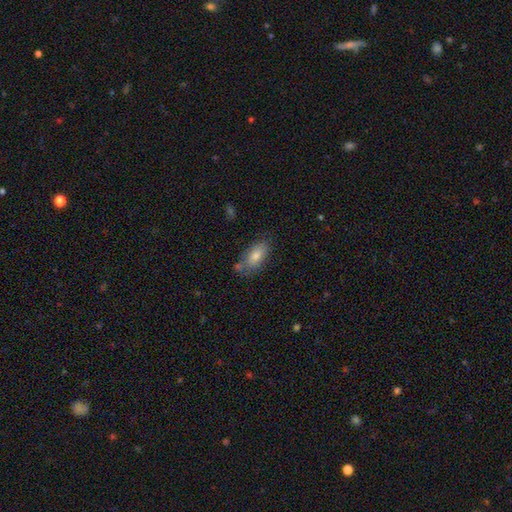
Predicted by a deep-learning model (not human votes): Smooth or featured: smooth — 73% (featured or disk — 19%)
How rounded: in between — 87% (cigar-shaped — 9%)
Merging: none — 68% (minor disturbance — 19%)